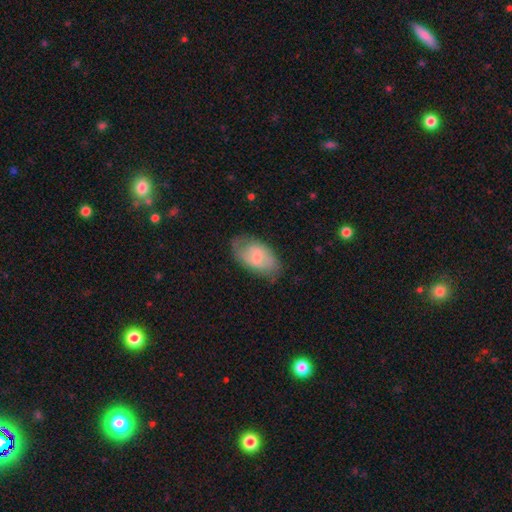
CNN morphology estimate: Smooth or featured: smooth — 59% (featured or disk — 34%)
How rounded: in between — 92% (round — 6%)
Merging: none — 66% (minor disturbance — 24%)